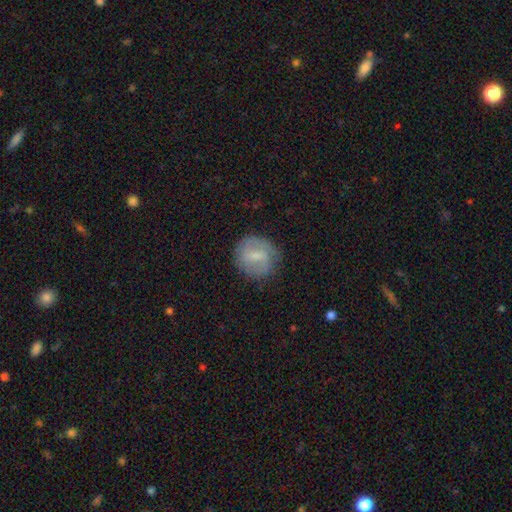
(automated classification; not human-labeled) smooth-or-featured: smooth: 47% | featured or disk: 46% | star or artifact: 7%
  merging: none: 76% | minor disturbance: 16% | major disturbance: 6% | merger: 1%